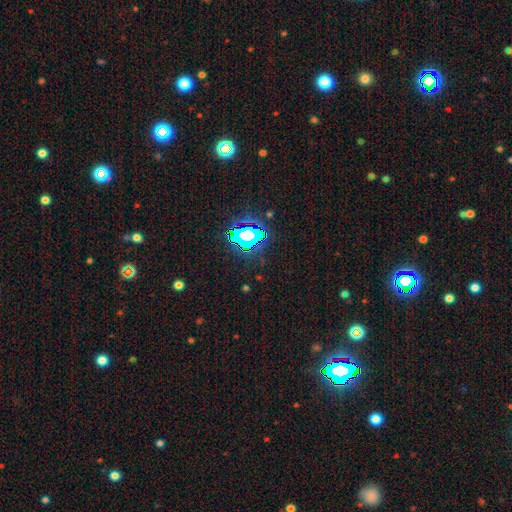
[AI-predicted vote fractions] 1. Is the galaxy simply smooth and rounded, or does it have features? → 82% star or artifact, 11% smooth, 7% featured or disk.